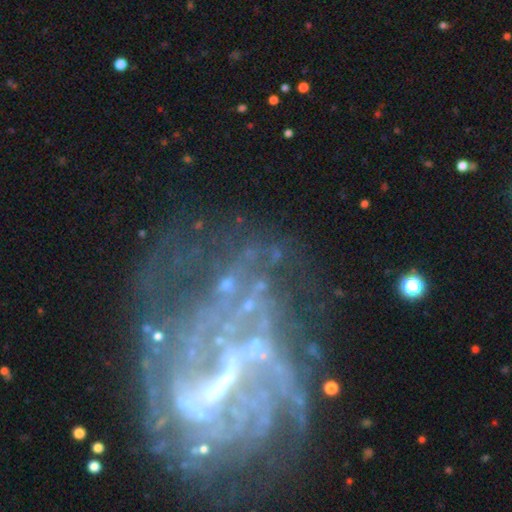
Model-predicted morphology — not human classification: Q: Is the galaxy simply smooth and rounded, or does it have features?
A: featured or disk — 81%.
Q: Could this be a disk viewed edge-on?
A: no — 97%.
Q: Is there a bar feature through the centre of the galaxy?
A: weak — 41%.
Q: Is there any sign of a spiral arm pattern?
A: yes — 72%.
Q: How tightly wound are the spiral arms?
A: tight — 39%.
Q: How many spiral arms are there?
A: can't tell — 48%.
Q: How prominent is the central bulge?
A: none — 39%.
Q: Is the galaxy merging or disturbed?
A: none — 42%.